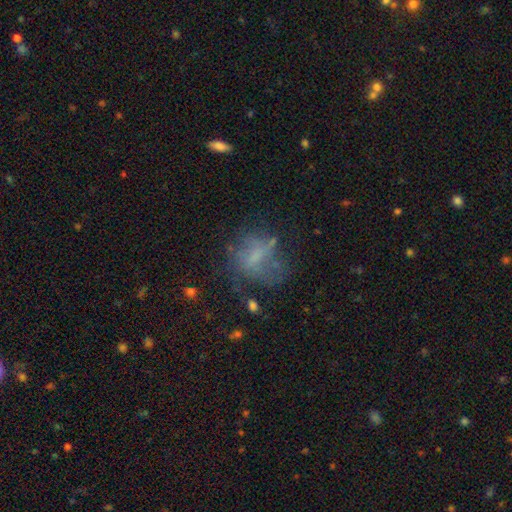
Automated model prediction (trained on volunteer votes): This is possibly a smooth galaxy (46%). Merging: possibly none (49%).